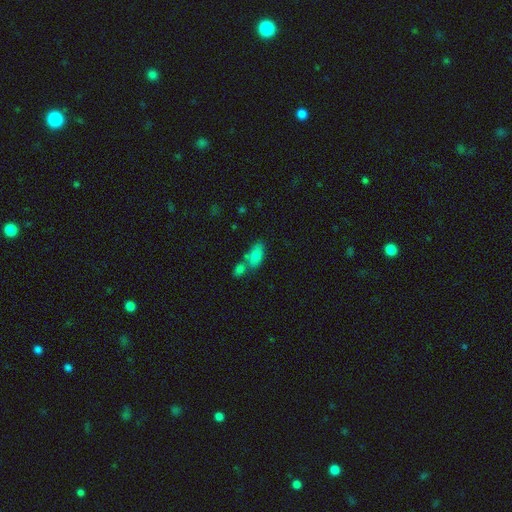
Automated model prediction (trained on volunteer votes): This appears to be a smooth galaxy with no disk features (78%) that is in between round and cigar-shaped (89%). Merging: none (45%).